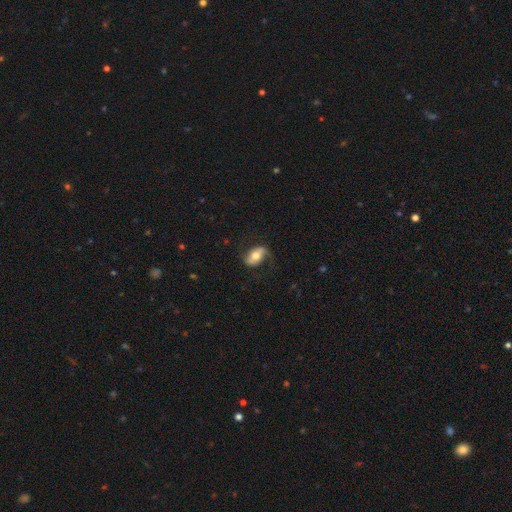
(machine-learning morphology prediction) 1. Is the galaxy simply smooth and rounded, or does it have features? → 52% smooth, 41% featured or disk, 7% star or artifact.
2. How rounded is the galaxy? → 89% in between, 7% round, 4% cigar-shaped.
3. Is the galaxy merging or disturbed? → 71% none, 19% minor disturbance, 9% major disturbance, 1% merger.